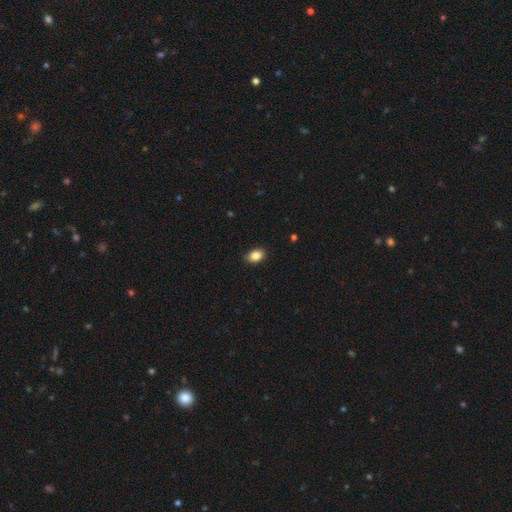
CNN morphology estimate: Q: Smooth or featured?
A: smooth (86%); runner-up: star or artifact (8%)
Q: How rounded?
A: in between (83%); runner-up: round (15%)
Q: Merging?
A: none (87%); runner-up: minor disturbance (10%)